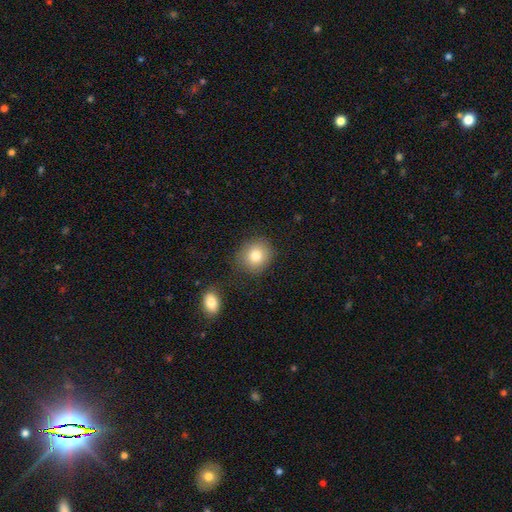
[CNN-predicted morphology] smooth 80%, star or artifact 10%, featured or disk 10%. Down the decision tree: how rounded — round (78%); merging — none (80%).